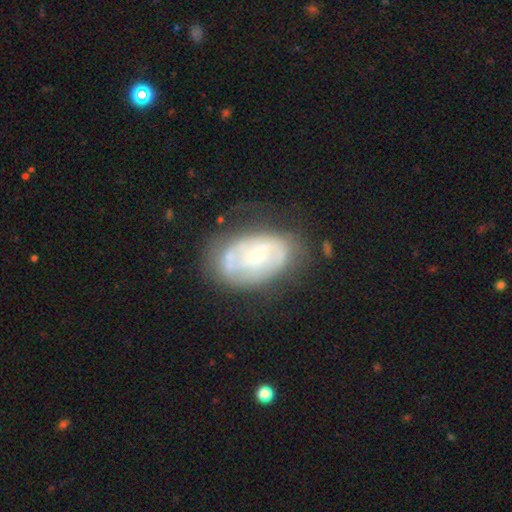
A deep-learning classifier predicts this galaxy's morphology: A featured or disk galaxy (67%) with no bar (70%), spiral arms (59%) and a small central bulge (60%). Merging: none (53%).